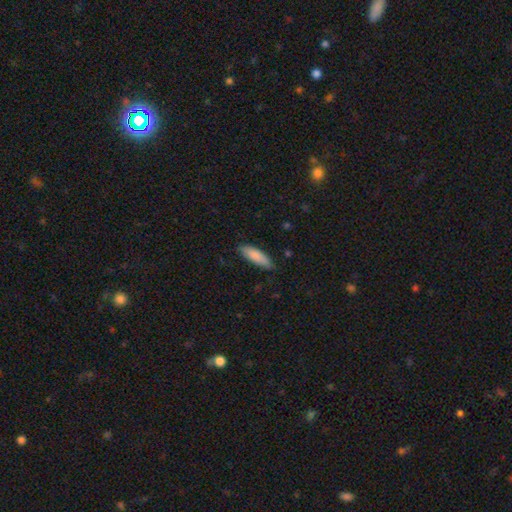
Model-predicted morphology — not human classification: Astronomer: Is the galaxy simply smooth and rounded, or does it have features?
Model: smooth — 87%.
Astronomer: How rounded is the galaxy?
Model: in between — 55% (runner-up: cigar-shaped, 44%).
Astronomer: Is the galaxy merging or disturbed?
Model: none — 80%.